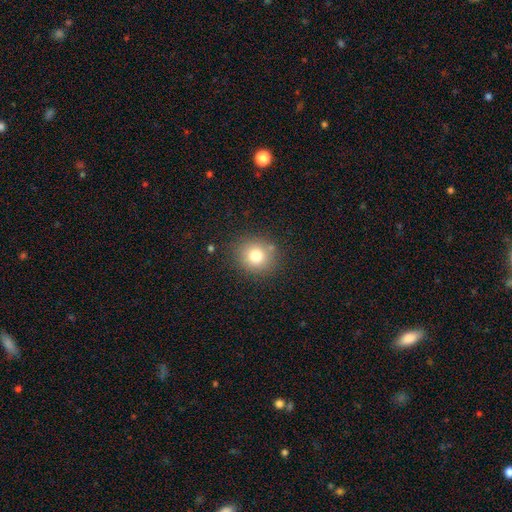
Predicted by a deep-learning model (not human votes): smooth 77%, star or artifact 13%, featured or disk 10%. Down the decision tree: how rounded — round (85%); merging — none (83%).